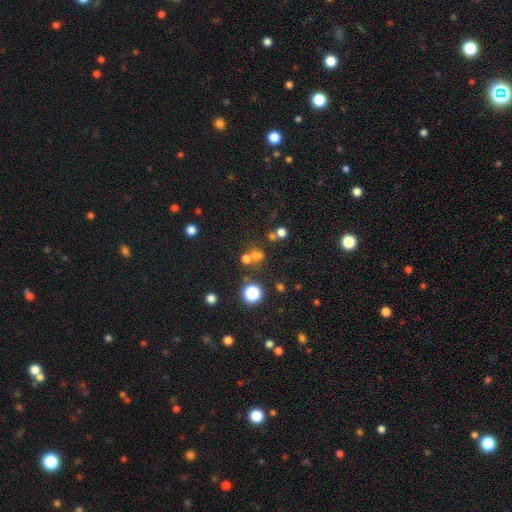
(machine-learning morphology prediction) Smooth or featured: smooth — 56% (star or artifact — 32%)
How rounded: round — 75% (in between — 24%)
Merging: none — 50% (merger — 35%)